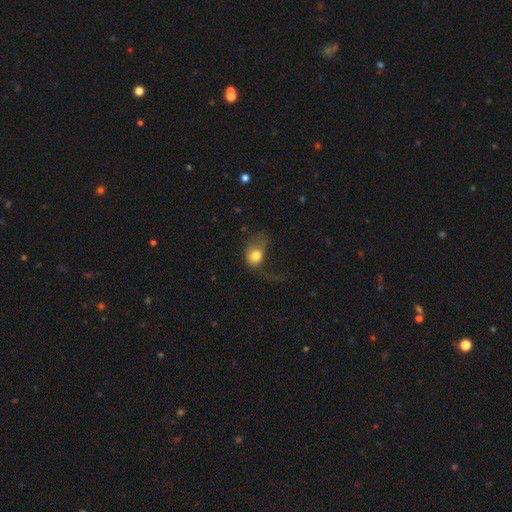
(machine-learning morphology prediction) Smooth or featured? Predicted: smooth (p=0.73). How rounded? Predicted: in between (p=0.55). Merging? Predicted: major disturbance (p=0.61).